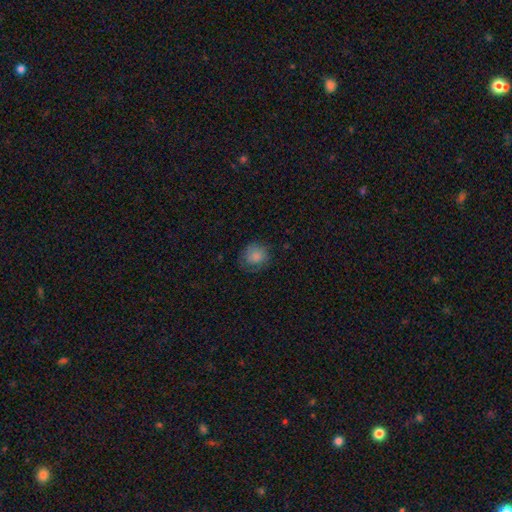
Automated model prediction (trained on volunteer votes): This appears to be a smooth galaxy with no disk features (82%) that is round (82%). Merging: none (72%).